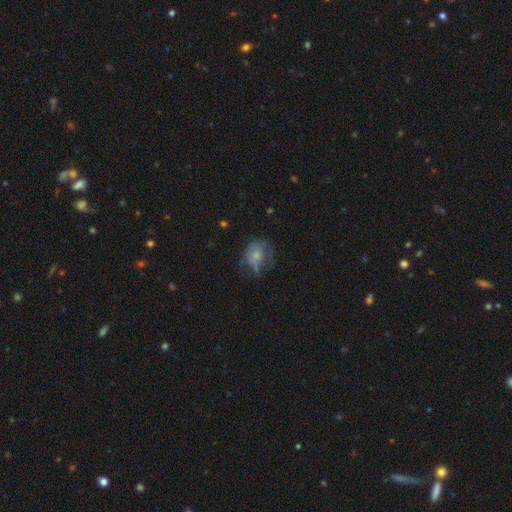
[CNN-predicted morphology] smooth-or-featured: smooth: 48% | featured or disk: 41% | star or artifact: 10%
  merging: none: 37% | major disturbance: 34% | minor disturbance: 26% | merger: 2%